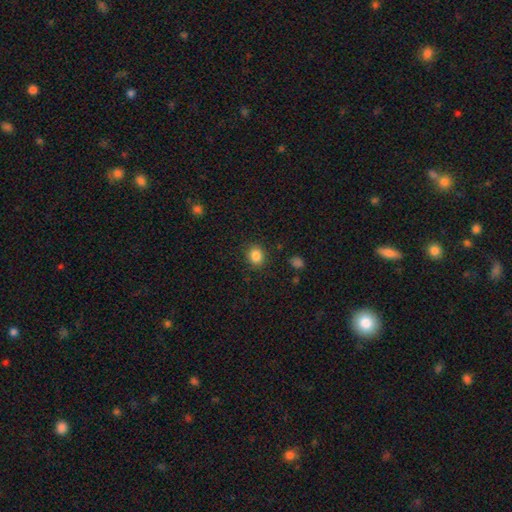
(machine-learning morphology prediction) A smooth galaxy with no disk features (85%) that is round (68%). Merging: none (88%).